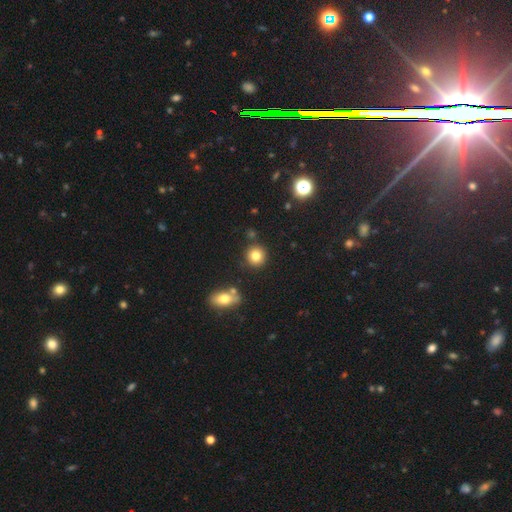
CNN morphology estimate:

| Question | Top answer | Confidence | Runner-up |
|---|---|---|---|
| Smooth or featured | smooth | 82% | star or artifact (11%) |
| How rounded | round | 91% | in between (8%) |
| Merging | none | 86% | minor disturbance (7%) |